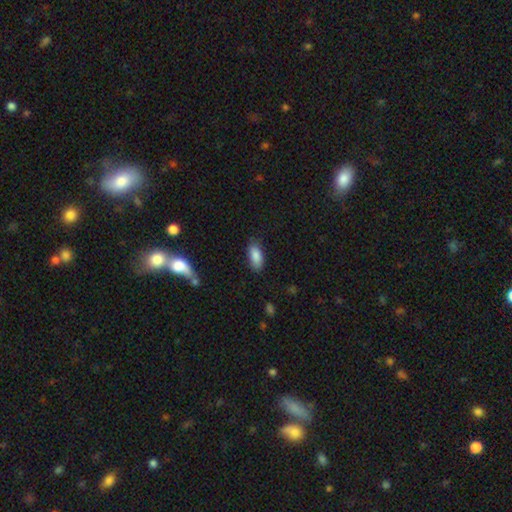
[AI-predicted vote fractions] smooth 87%, star or artifact 7%, featured or disk 6%. Down the decision tree: how rounded — in between (87%); merging — none (81%).